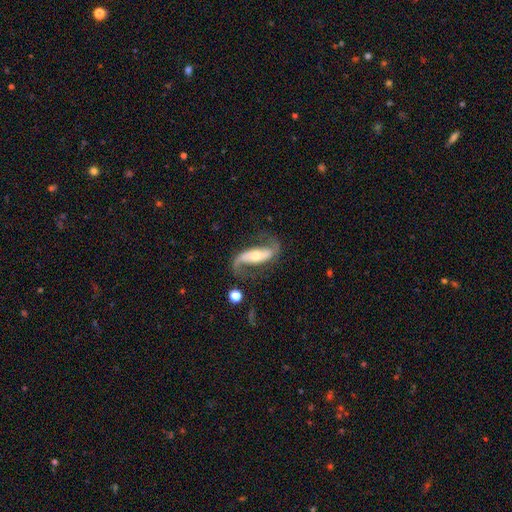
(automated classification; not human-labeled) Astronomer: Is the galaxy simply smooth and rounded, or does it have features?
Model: featured or disk — 86%.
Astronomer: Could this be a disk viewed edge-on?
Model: no — 92%.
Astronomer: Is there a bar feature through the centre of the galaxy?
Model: strong — 42% (runner-up: no, 33%).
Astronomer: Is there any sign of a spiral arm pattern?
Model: yes — 95%.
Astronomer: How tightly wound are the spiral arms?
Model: loose — 69%.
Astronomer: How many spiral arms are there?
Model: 2 — 91%.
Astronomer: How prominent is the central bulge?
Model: moderate — 58% (runner-up: small, 34%).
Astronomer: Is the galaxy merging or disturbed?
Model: none — 69%.